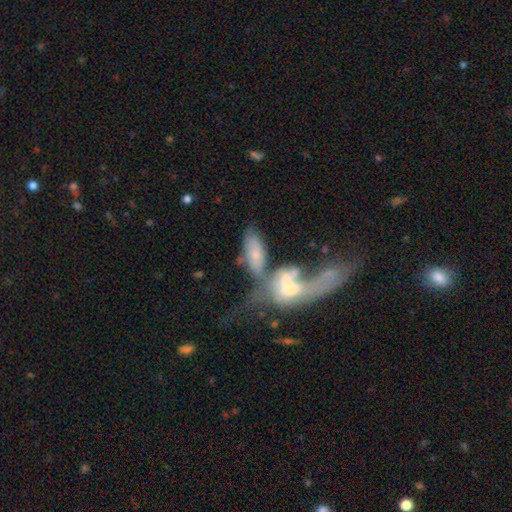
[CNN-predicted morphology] Smooth or featured?
  - smooth: 57% *
  - featured or disk: 34%
  - star or artifact: 9%
How rounded?
  - in between: 79% *
  - cigar-shaped: 17%
  - round: 4%
Merging?
  - merger: 55% *
  - none: 20%
  - major disturbance: 14%
  - minor disturbance: 11%